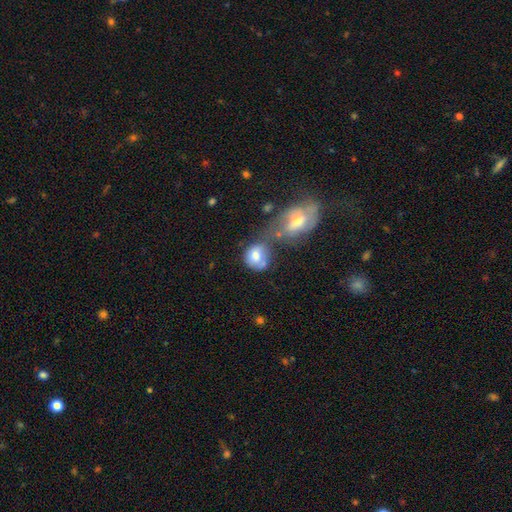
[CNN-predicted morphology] Smooth or featured: smooth — 71% (featured or disk — 21%)
How rounded: round — 66% (in between — 33%)
Merging: merger — 51% (none — 25%)